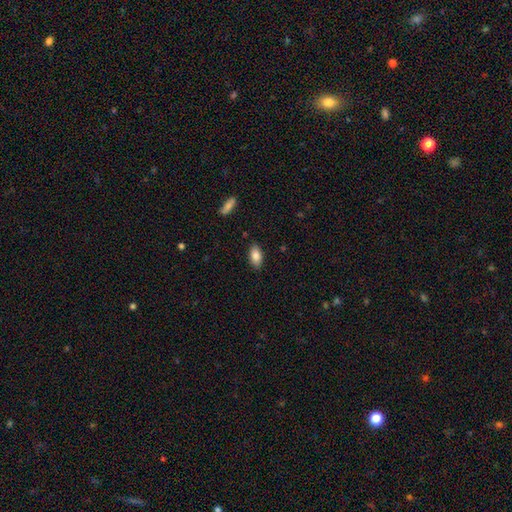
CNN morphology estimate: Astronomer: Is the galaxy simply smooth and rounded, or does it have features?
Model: smooth — 84%.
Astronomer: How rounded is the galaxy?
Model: in between — 91%.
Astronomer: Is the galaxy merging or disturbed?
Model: none — 86%.